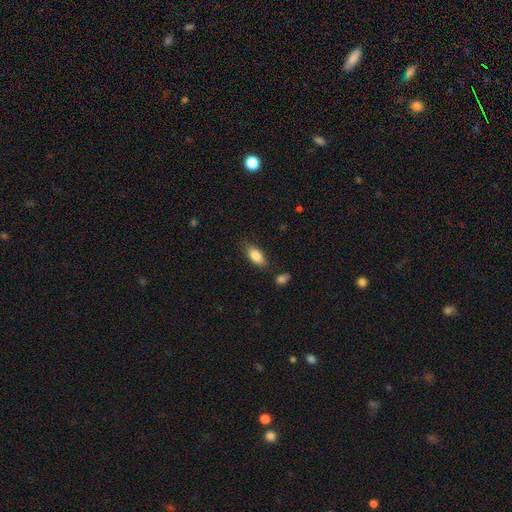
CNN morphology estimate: This appears to be a smooth galaxy with no disk features (83%) that is in between round and cigar-shaped (84%). Merging: none (78%).